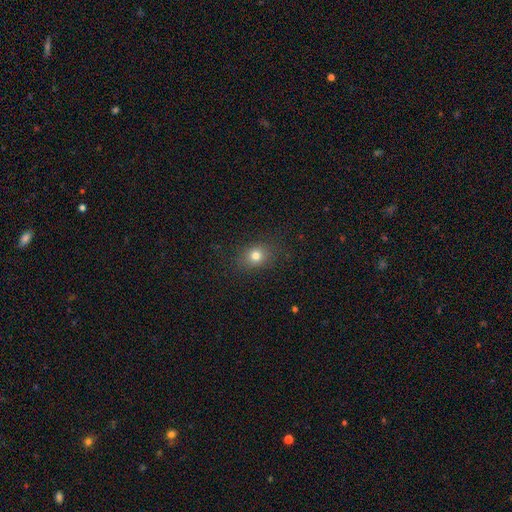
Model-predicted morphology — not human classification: Smooth or featured? Predicted: smooth (p=0.78). How rounded? Predicted: round (p=0.52). Merging? Predicted: none (p=0.84).